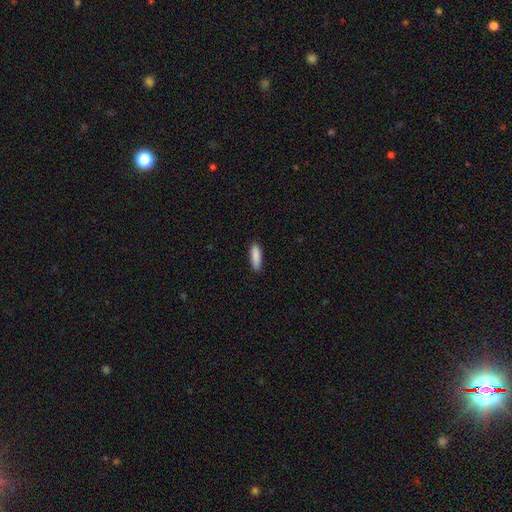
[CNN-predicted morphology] Smooth or featured: smooth — 89% (star or artifact — 6%)
How rounded: cigar-shaped — 61% (in between — 37%)
Merging: none — 87% (minor disturbance — 10%)